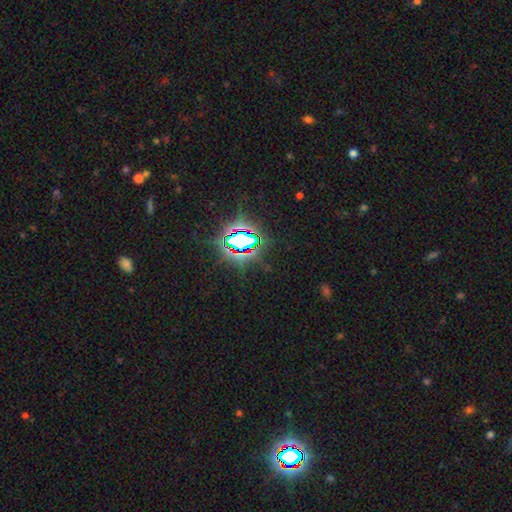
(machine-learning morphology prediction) Q: Smooth or featured?
A: star or artifact (81%); runner-up: smooth (12%)